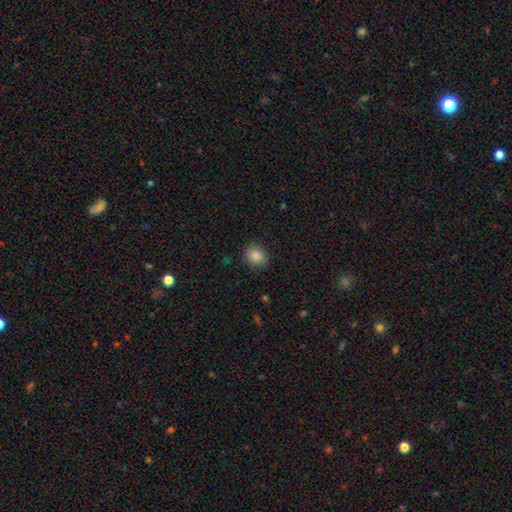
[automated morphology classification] smooth 87%, star or artifact 10%, featured or disk 4%. Down the decision tree: how rounded — round (72%); merging — none (87%).